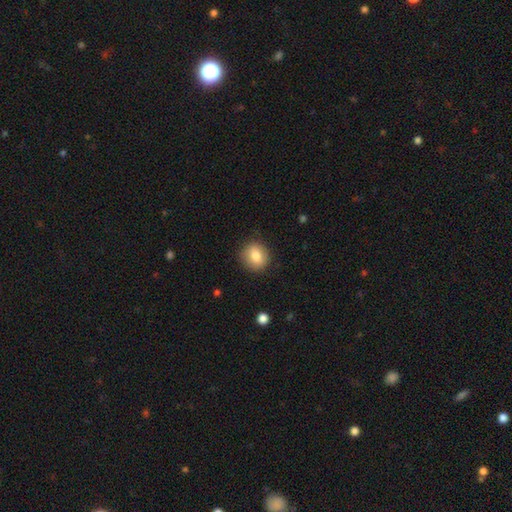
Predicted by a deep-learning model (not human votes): Smooth or featured: smooth — 82% (featured or disk — 10%)
How rounded: round — 80% (in between — 19%)
Merging: none — 87% (minor disturbance — 9%)